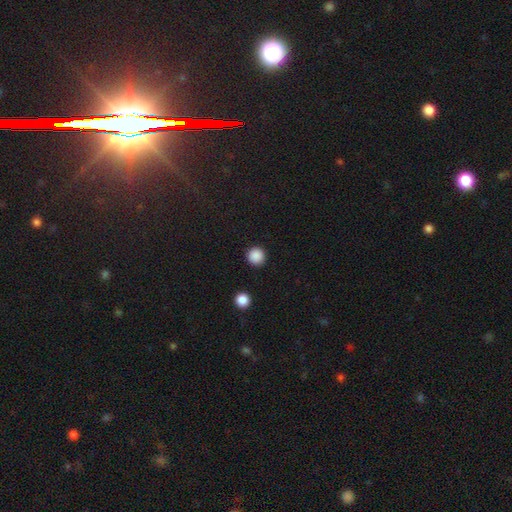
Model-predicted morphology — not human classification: Overall: smooth (87%). How rounded: round (96%). Merging: none (92%).